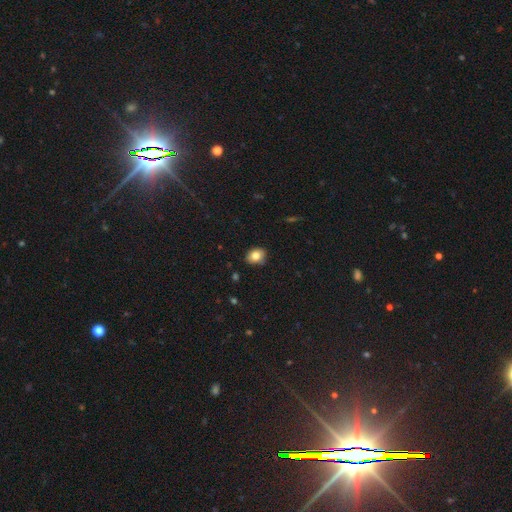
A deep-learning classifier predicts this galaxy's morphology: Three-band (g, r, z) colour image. It shows a smooth galaxy with no disk features (81%) that is in between round and cigar-shaped (54%). Merging: none (84%).